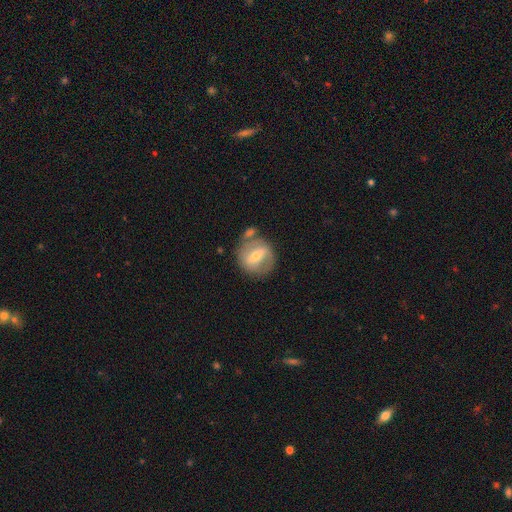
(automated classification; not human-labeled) Smooth or featured?
  - featured or disk: 56% *
  - smooth: 37%
  - star or artifact: 7%
Edge-on disk?
  - no: 93% *
  - yes: 7%
Bar?
  - strong: 46% *
  - weak: 37%
  - no: 17%
Spiral arms?
  - no: 51% *
  - yes: 49%
Bulge size?
  - moderate: 55% *
  - small: 39%
  - large: 4%
  - none: 1%
  - dominant: 1%
Merging?
  - none: 58% *
  - merger: 17%
  - minor disturbance: 17%
  - major disturbance: 8%